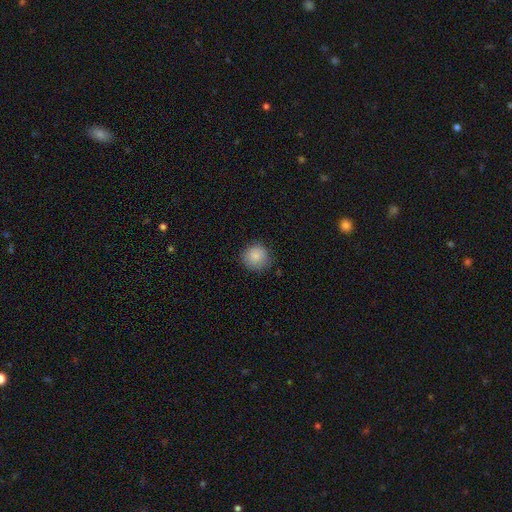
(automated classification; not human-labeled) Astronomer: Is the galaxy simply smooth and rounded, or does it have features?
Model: smooth — 86%.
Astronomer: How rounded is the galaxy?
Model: round — 92%.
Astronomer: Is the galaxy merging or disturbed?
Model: none — 81%.